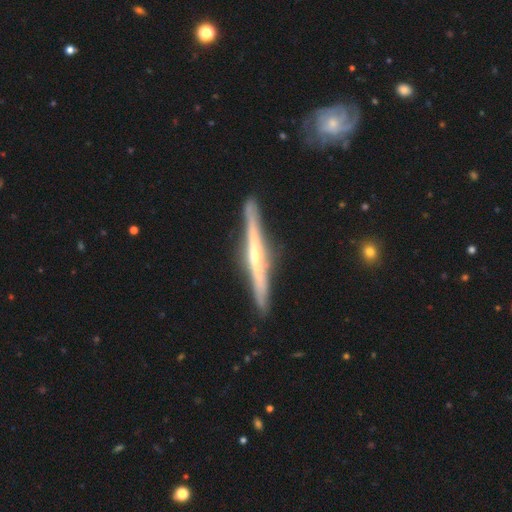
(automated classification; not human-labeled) smooth_or_featured: featured or disk (p=0.81) [alt: smooth p=0.14]
disk_edge_on: yes (p=0.98) [alt: no p=0.02]
edge_on_bulge: rounded (p=0.74) [alt: none p=0.20]
merging: none (p=0.89) [alt: minor disturbance p=0.08]